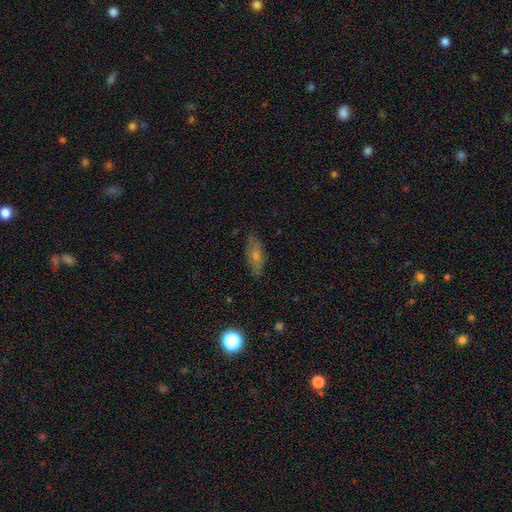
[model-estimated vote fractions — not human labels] Overall: smooth (58%; featured or disk 29%). How rounded: in between (61%; cigar-shaped 33%). Merging: none (83%).